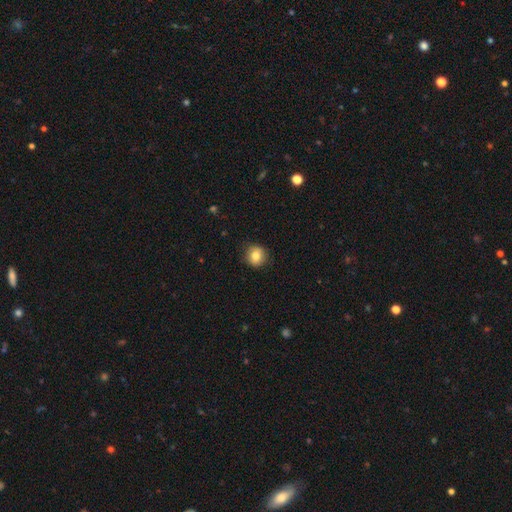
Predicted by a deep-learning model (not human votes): Overall: smooth (81%). How rounded: round (89%). Merging: none (86%).